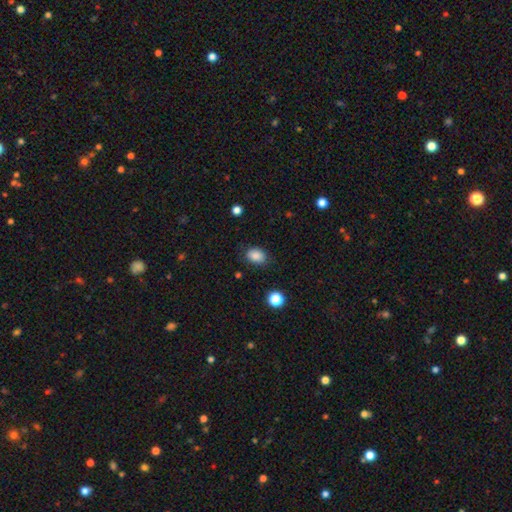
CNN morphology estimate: smooth 86%, star or artifact 9%, featured or disk 5%. Down the decision tree: how rounded — in between (73%); merging — none (79%).